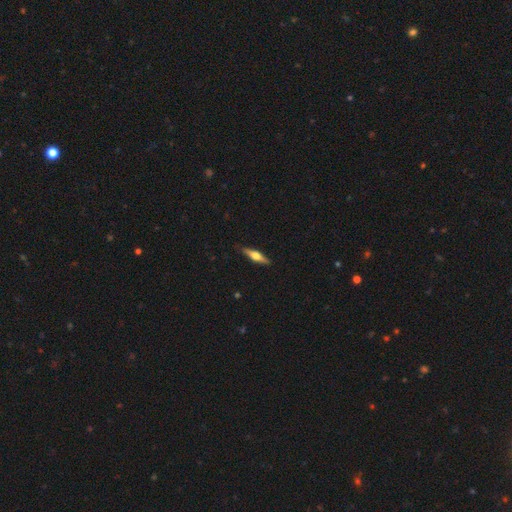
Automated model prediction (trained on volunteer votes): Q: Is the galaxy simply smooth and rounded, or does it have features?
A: featured or disk — 53%.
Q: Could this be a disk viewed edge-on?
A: yes — 94%.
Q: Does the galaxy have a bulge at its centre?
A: rounded — 91%.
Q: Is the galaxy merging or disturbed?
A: none — 88%.